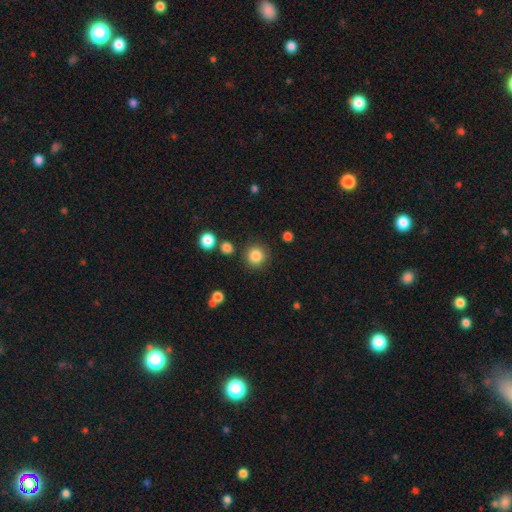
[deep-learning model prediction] Overall: smooth (85%). How rounded: round (94%). Merging: none (87%).